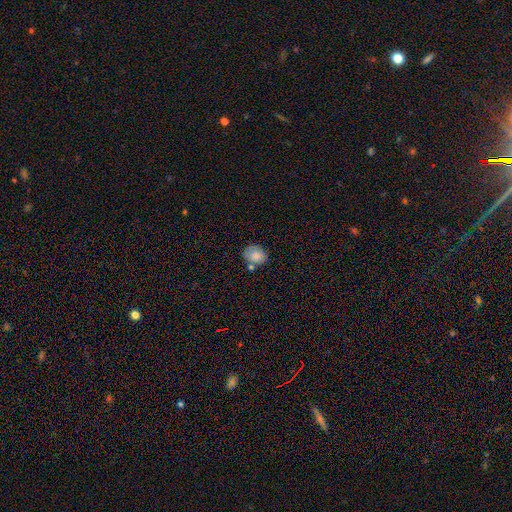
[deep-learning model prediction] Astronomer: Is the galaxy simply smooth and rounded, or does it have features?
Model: smooth — 83%.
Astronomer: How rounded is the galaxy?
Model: round — 54% (runner-up: in between, 45%).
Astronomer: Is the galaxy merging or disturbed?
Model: none — 62%.